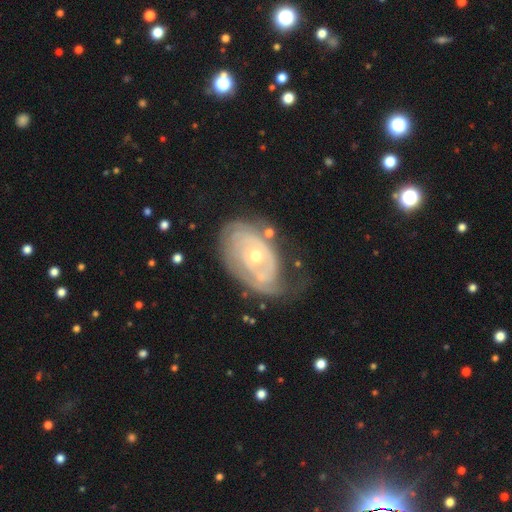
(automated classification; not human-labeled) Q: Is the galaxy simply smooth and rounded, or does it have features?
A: featured or disk — 81%.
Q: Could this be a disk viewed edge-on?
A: no — 95%.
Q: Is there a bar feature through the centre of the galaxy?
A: no — 80%.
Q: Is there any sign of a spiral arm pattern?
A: yes — 82%.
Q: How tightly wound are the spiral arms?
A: tight — 74%.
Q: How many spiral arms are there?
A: can't tell — 50%.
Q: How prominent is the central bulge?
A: moderate — 51%.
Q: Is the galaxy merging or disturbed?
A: none — 52%.